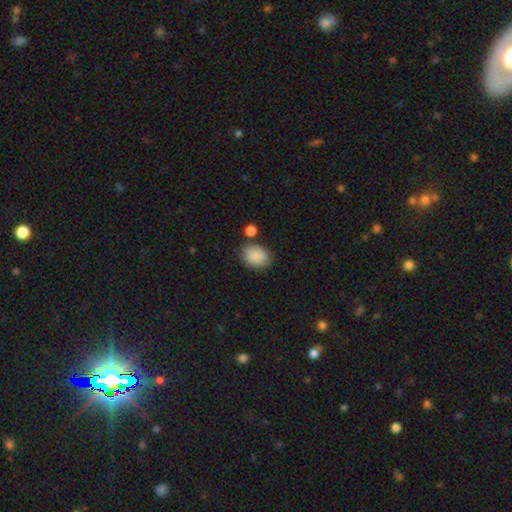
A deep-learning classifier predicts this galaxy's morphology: Smooth or featured: smooth — 88% (star or artifact — 7%)
How rounded: in between — 69% (round — 30%)
Merging: none — 73% (minor disturbance — 15%)